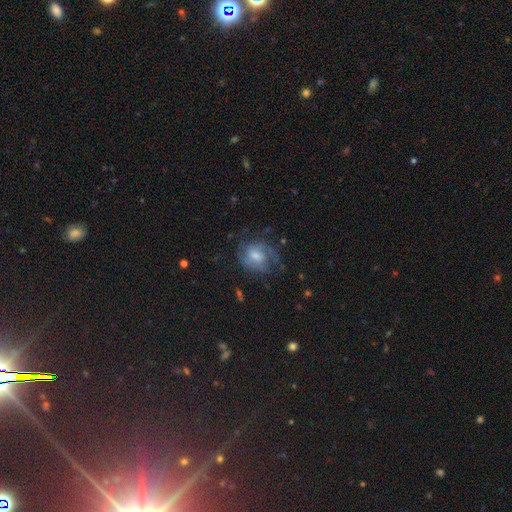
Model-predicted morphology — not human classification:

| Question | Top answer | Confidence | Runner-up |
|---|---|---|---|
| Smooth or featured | featured or disk | 62% | smooth (30%) |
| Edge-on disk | no | 97% | yes (3%) |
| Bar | weak | 49% | no (39%) |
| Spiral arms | yes | 81% | no (19%) |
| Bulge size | moderate | 49% | small (32%) |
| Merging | none | 56% | minor disturbance (24%) |